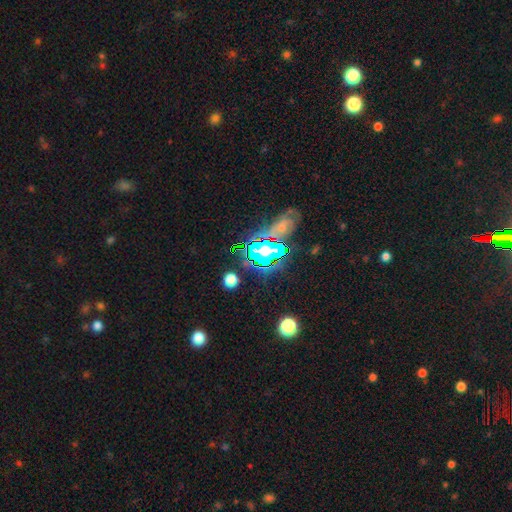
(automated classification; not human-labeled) A star or artifact, not a galaxy (75%).